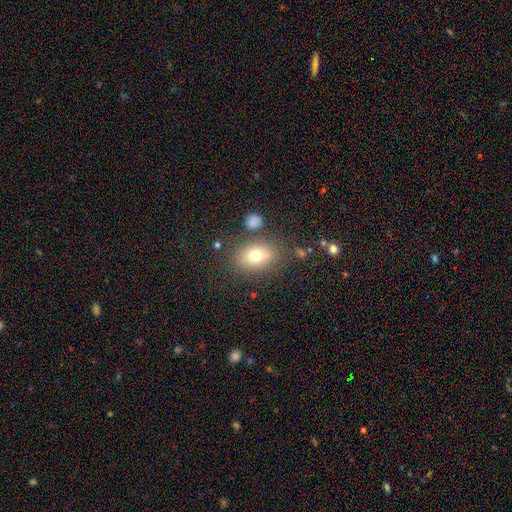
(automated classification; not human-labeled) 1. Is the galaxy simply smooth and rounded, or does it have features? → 74% smooth, 15% featured or disk, 11% star or artifact.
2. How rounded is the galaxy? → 70% in between, 29% round, 1% cigar-shaped.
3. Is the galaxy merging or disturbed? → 75% none, 14% minor disturbance, 6% merger, 5% major disturbance.